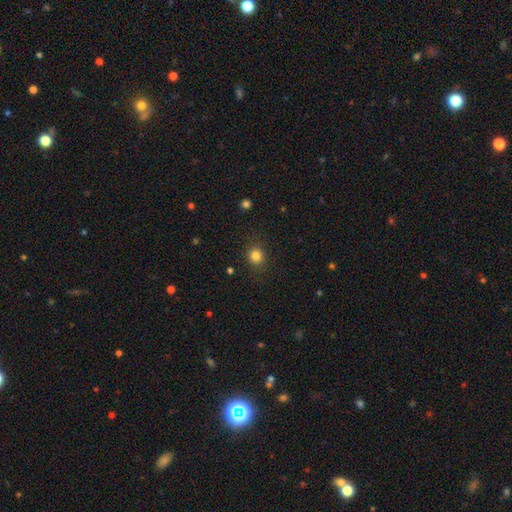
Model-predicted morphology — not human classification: smooth-or-featured: smooth: 82% | star or artifact: 12% | featured or disk: 5%
  how-rounded: round: 82% | in between: 17% | cigar-shaped: 1%
  merging: none: 87% | minor disturbance: 9% | major disturbance: 3% | merger: 1%